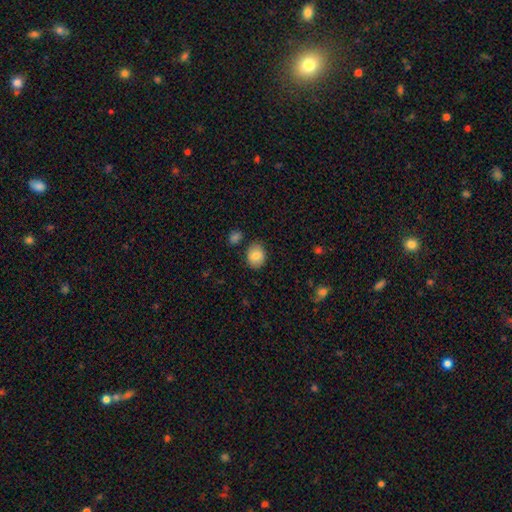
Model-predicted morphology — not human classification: The model was most divided on "how rounded": round: 50%, in between: 49%, cigar-shaped: 1%. More confident: merging — none (81%); smooth or featured — smooth (81%).